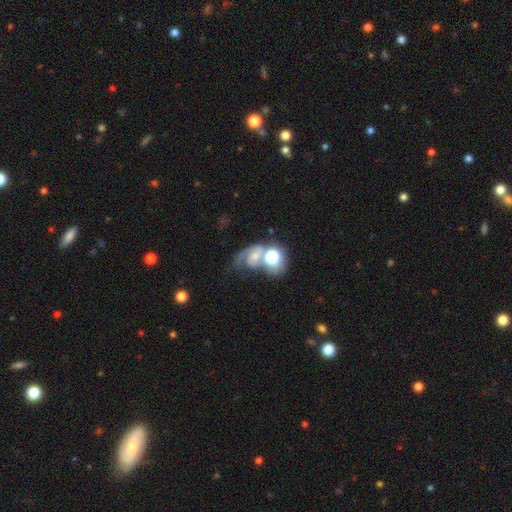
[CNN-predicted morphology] type=featured or disk (59%); edge-on=no (97%); bar=no (66%); spiral arms=yes (75%); bulge=moderate (45%); merging=merger (55%).